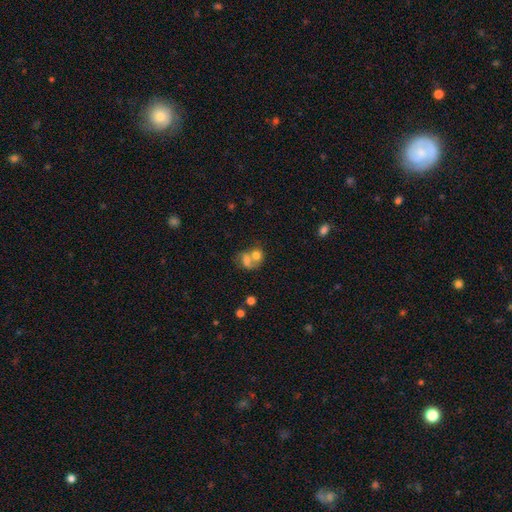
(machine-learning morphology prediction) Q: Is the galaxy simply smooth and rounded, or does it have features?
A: smooth — 69%.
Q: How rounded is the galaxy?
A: round — 52%.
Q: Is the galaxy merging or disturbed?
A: merger — 65%.